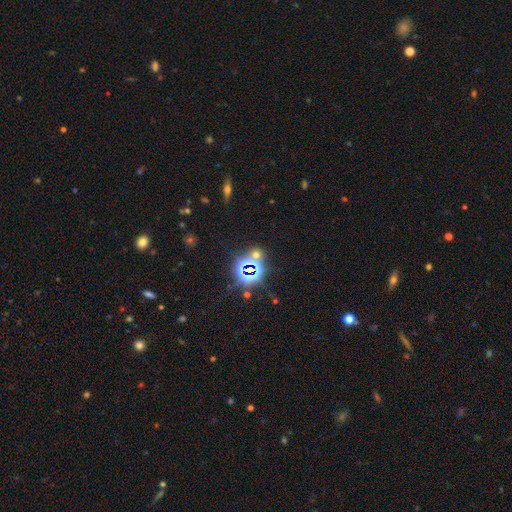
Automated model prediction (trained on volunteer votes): This is likely a star or artifact rather than a galaxy (65%).